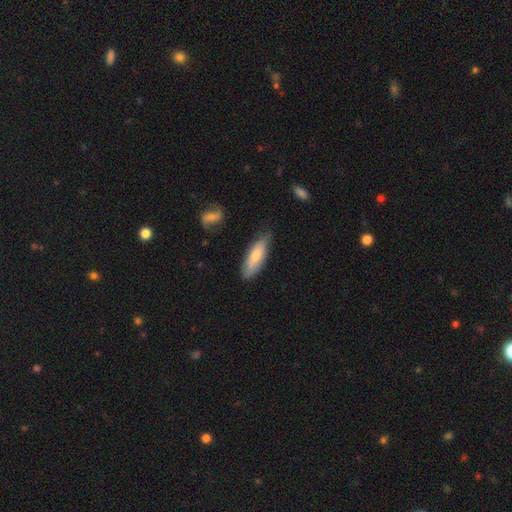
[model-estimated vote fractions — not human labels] Smooth or featured: smooth — 73% (featured or disk — 21%)
How rounded: in between — 50% (cigar-shaped — 48%)
Merging: none — 72% (minor disturbance — 22%)